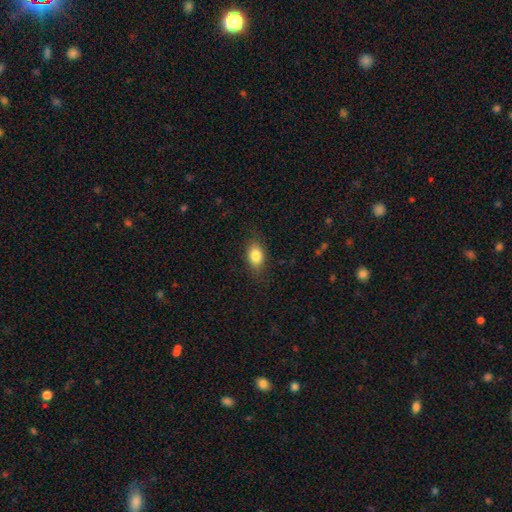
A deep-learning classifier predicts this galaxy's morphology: Smooth or featured: smooth — 83% (featured or disk — 9%)
How rounded: in between — 79% (round — 18%)
Merging: none — 83% (minor disturbance — 13%)